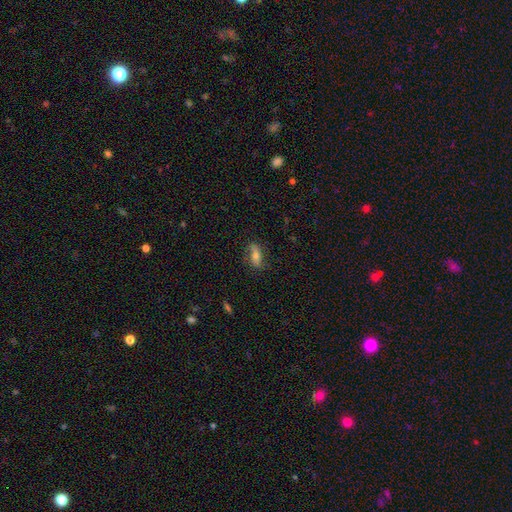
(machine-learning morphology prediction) Smooth or featured: smooth — 48% (featured or disk — 42%)
Merging: none — 75% (minor disturbance — 18%)